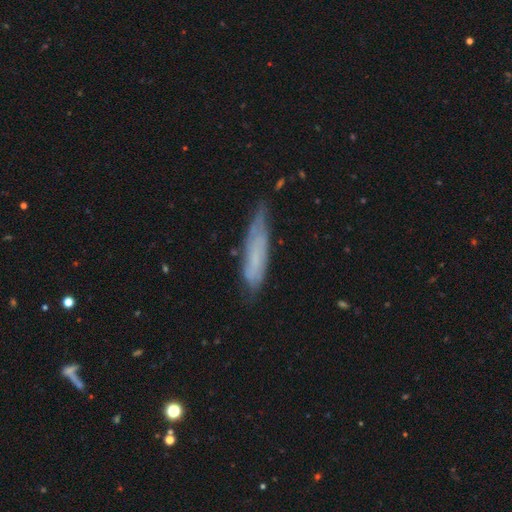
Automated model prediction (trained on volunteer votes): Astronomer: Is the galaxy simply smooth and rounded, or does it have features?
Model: smooth — 51% (runner-up: featured or disk, 40%).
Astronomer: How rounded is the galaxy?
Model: cigar-shaped — 80%.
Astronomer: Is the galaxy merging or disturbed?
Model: none — 60%.